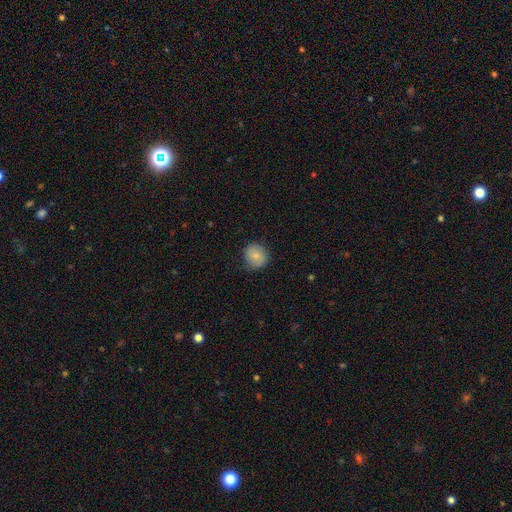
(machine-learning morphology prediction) type=smooth (77%); roundness=round (85%); merging=none (78%).